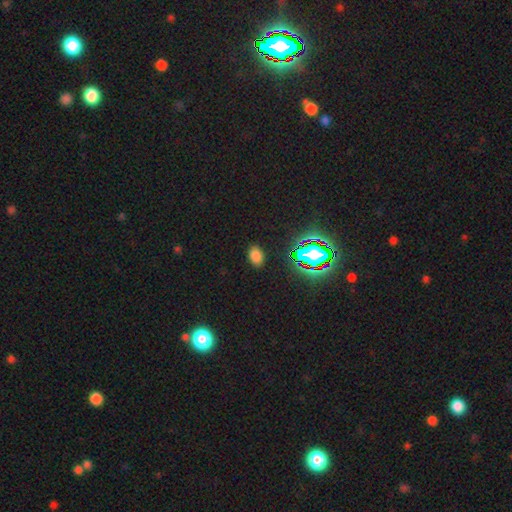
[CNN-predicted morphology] This appears to be a smooth galaxy with no disk features (73%) that is in between round and cigar-shaped (86%). Merging: none (88%).